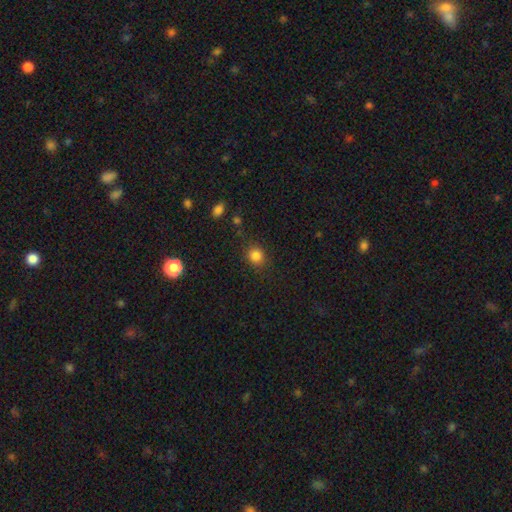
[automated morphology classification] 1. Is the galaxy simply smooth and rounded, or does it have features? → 84% smooth, 12% star or artifact, 4% featured or disk.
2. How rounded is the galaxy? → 83% round, 16% in between, 1% cigar-shaped.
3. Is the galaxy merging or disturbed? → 84% none, 10% minor disturbance, 4% major disturbance, 2% merger.